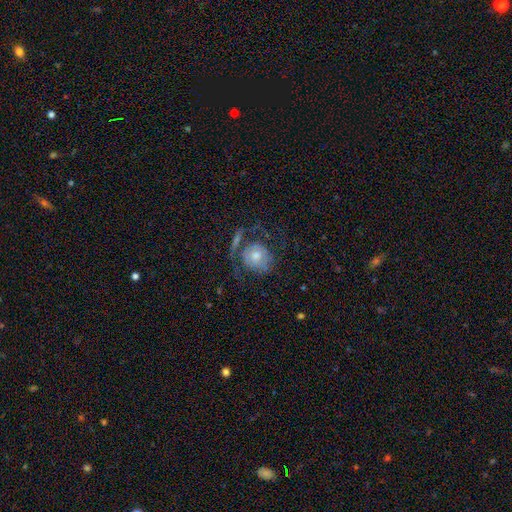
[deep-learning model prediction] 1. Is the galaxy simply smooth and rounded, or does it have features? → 58% featured or disk, 33% smooth, 9% star or artifact.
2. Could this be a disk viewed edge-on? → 95% no, 5% yes.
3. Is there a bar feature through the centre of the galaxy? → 81% no, 15% weak, 4% strong.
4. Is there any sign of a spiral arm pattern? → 64% yes, 36% no.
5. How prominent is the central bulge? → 58% moderate, 30% small, 7% large, 3% none, 2% dominant.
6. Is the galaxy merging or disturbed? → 46% none, 26% major disturbance, 17% minor disturbance, 11% merger.